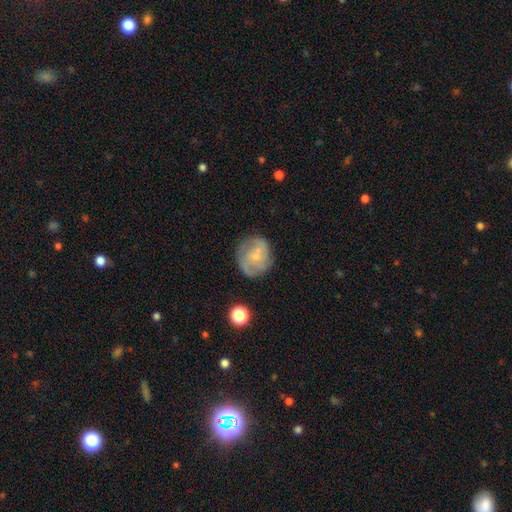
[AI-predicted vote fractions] Smooth or featured?
  - featured or disk: 62% *
  - smooth: 30%
  - star or artifact: 8%
Edge-on disk?
  - no: 98% *
  - yes: 2%
Bar?
  - no: 70% *
  - weak: 26%
  - strong: 4%
Spiral arms?
  - yes: 86% *
  - no: 14%
Spiral winding?
  - medium: 43% *
  - tight: 41%
  - loose: 16%
Spiral arm count?
  - 2: 33% *
  - can't tell: 31%
  - 3: 22%
  - 4: 6%
  - 1: 4%
  - more than 4: 4%
Bulge size?
  - small: 71% *
  - moderate: 19%
  - none: 8%
  - large: 1%
  - dominant: 1%
Merging?
  - none: 72% *
  - minor disturbance: 19%
  - major disturbance: 7%
  - merger: 2%